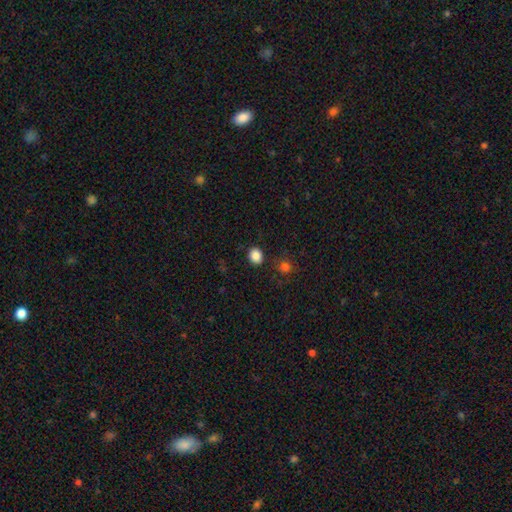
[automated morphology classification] smooth_or_featured: smooth (p=0.86) [alt: star or artifact p=0.11]
how_rounded: round (p=0.63) [alt: in between p=0.36]
merging: none (p=0.85) [alt: minor disturbance p=0.09]